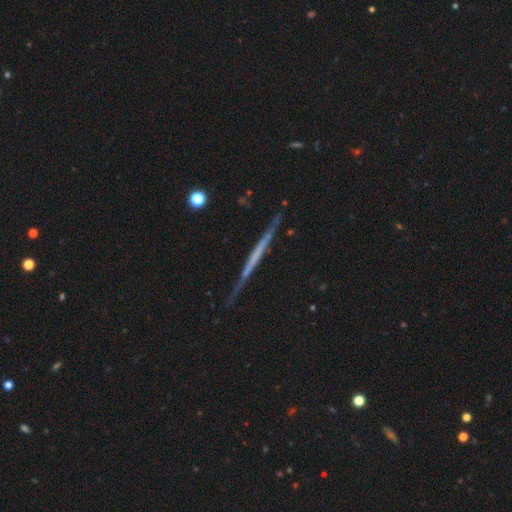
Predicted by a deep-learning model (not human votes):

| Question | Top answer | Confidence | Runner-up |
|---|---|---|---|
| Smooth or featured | featured or disk | 68% | smooth (26%) |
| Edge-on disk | yes | 97% | no (3%) |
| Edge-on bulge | none | 89% | rounded (6%) |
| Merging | none | 85% | minor disturbance (11%) |